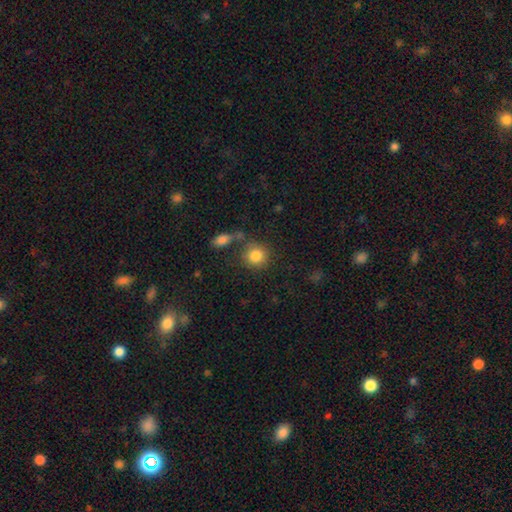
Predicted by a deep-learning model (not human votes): Morphology: type=smooth (83%); roundness=round (86%); merging=none (66%).